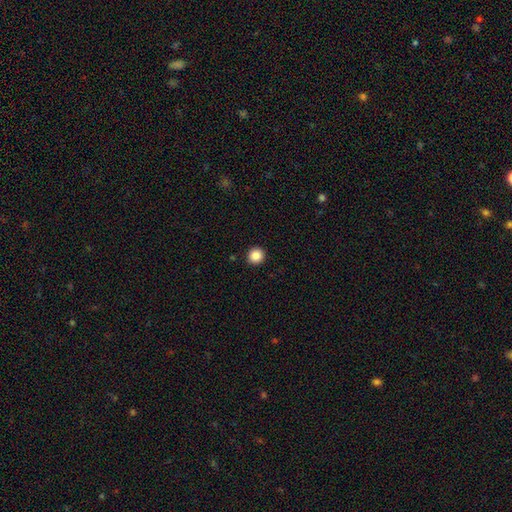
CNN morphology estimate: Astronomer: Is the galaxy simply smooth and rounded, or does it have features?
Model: smooth — 87%.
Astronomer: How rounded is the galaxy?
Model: round — 94%.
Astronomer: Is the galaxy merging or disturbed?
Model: none — 93%.